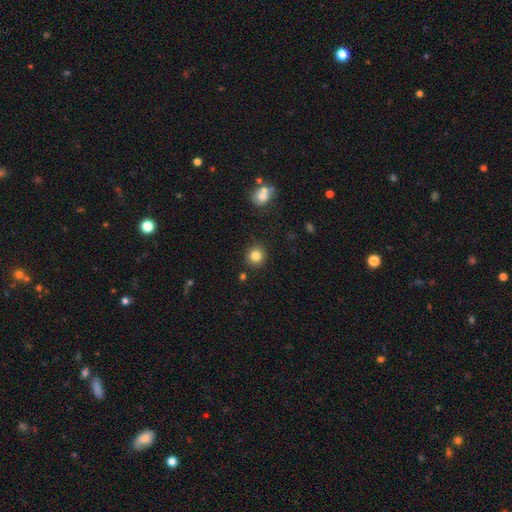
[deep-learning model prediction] Q: Smooth or featured?
A: smooth (83%); runner-up: star or artifact (11%)
Q: How rounded?
A: round (92%); runner-up: in between (8%)
Q: Merging?
A: none (89%); runner-up: minor disturbance (6%)